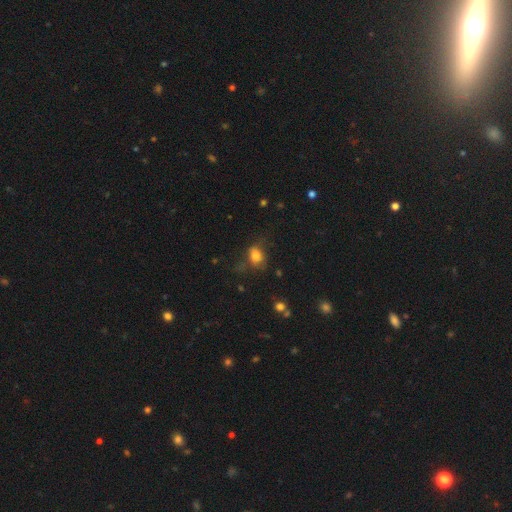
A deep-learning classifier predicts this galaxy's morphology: The model was most divided on "how rounded": in between: 60%, round: 38%, cigar-shaped: 2%. More confident: smooth or featured — smooth (75%); merging — none (54%).